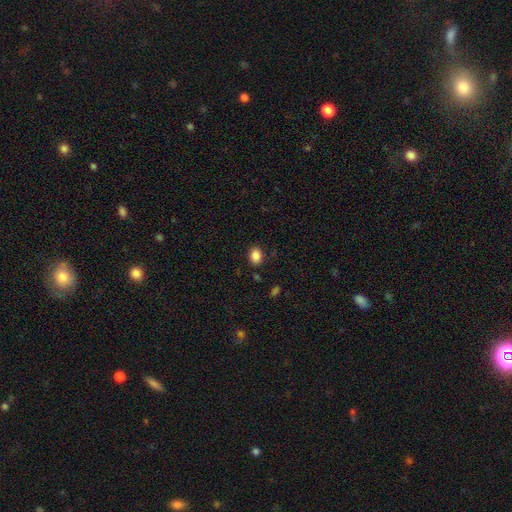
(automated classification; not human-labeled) Morphology: type=smooth (87%); roundness=in between (70%); merging=none (87%).